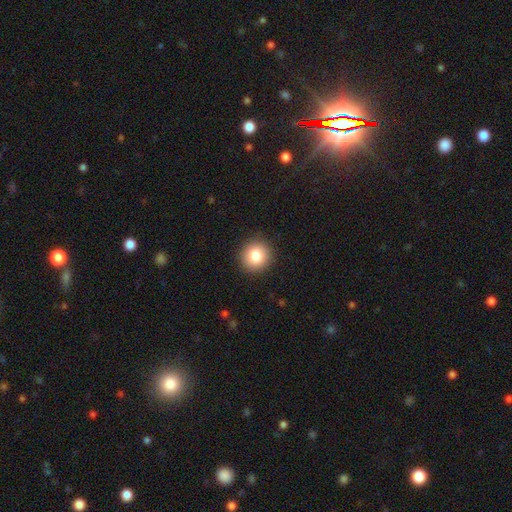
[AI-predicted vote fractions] Smooth or featured? smooth (82%)
How rounded? round (93%)
Merging? none (92%)